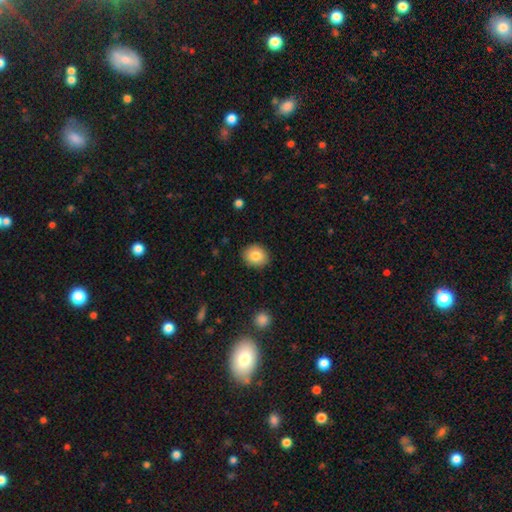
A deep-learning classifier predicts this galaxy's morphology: This is clearly a smooth galaxy (83%). How rounded: likely round (65%). Merging: clearly none (89%).